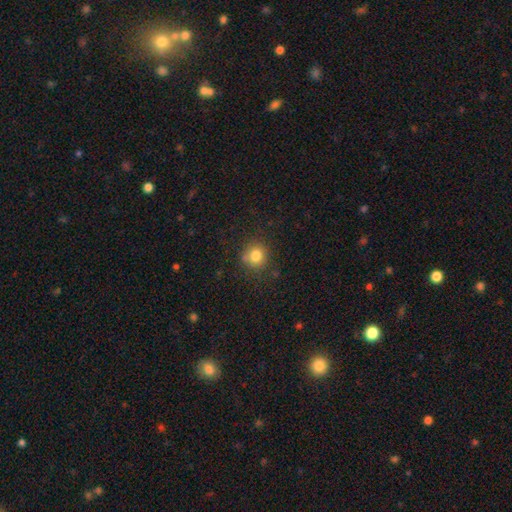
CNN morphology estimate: type=smooth (80%); roundness=round (88%); merging=none (78%).